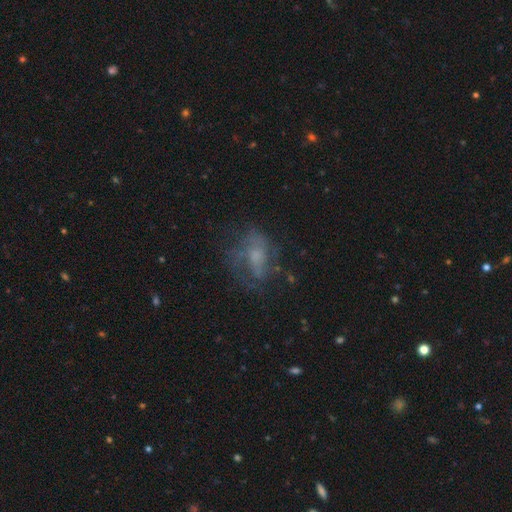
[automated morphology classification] featured or disk 53%, smooth 33%, star or artifact 14%. Down the decision tree: edge-on disk — no (95%); bar — no (67%); spiral arms — yes (53%); bulge size — small (38%); merging — none (50%).